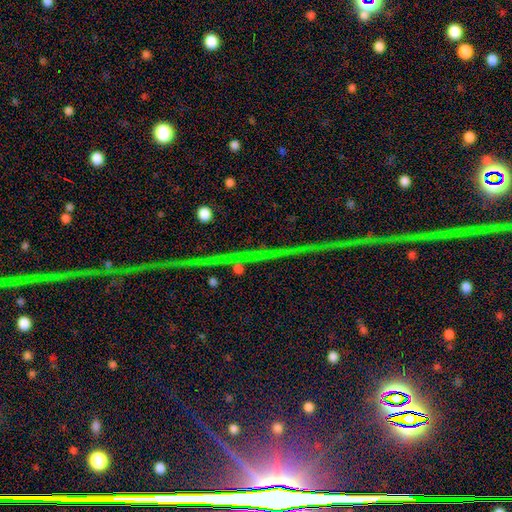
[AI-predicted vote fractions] The model was most divided on "smooth or featured": star or artifact: 67%, featured or disk: 20%, smooth: 13%.